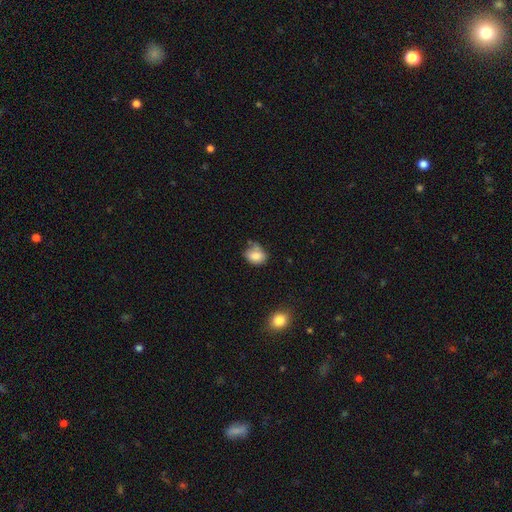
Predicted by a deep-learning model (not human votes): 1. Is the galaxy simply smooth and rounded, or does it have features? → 79% smooth, 12% featured or disk, 9% star or artifact.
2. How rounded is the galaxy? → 61% in between, 38% round, 1% cigar-shaped.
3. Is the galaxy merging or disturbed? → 48% none, 31% minor disturbance, 11% merger, 10% major disturbance.